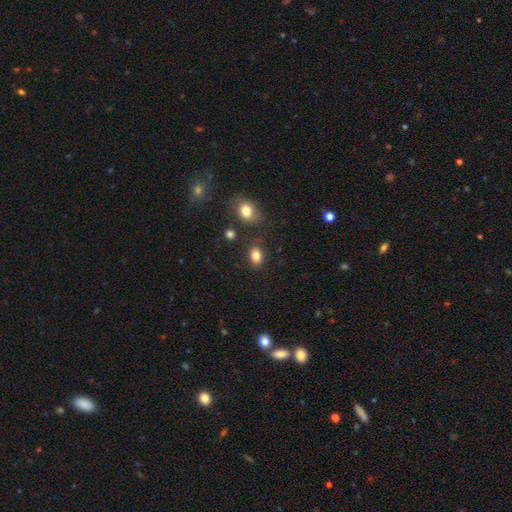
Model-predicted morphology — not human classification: smooth_or_featured: smooth (p=0.83) [alt: star or artifact p=0.11]
how_rounded: in between (p=0.63) [alt: round p=0.36]
merging: none (p=0.79) [alt: minor disturbance p=0.12]